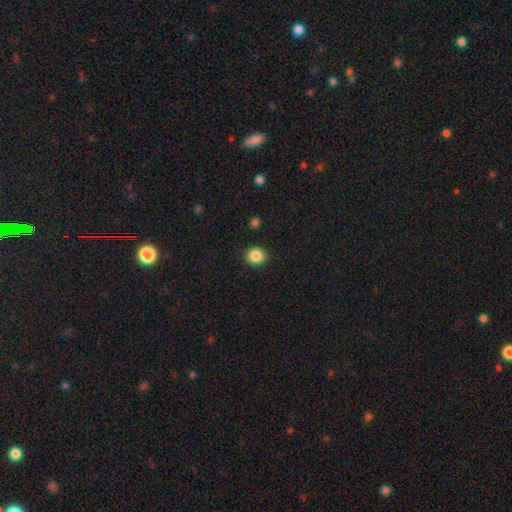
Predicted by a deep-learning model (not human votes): Overall: smooth (87%). How rounded: round (84%). Merging: none (91%).